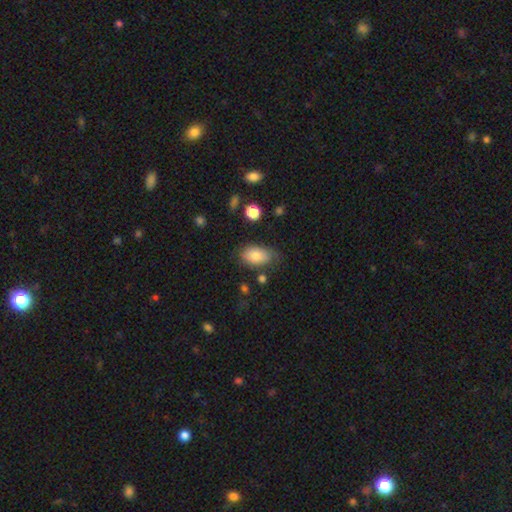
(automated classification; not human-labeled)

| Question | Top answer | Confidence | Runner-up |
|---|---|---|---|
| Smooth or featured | smooth | 76% | featured or disk (16%) |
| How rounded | in between | 91% | round (7%) |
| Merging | none | 61% | minor disturbance (28%) |